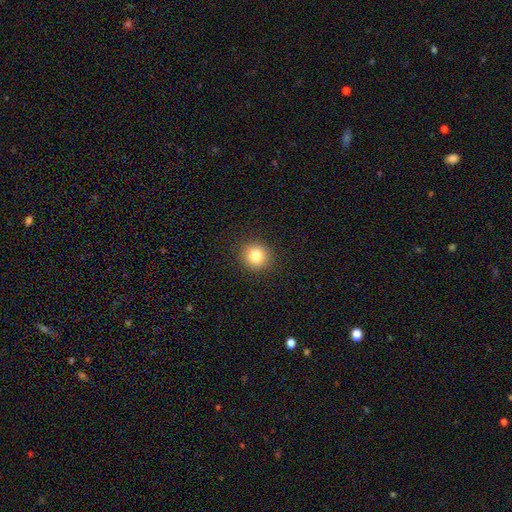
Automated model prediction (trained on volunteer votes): Smooth or featured? Predicted: smooth (p=0.82). How rounded? Predicted: round (p=0.92). Merging? Predicted: none (p=0.91).